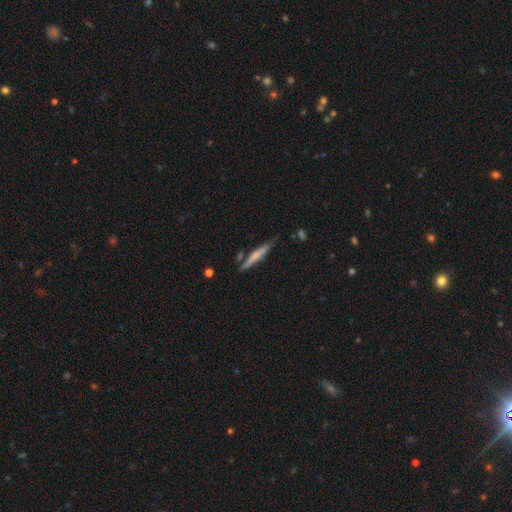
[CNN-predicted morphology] smooth_or_featured: smooth (p=0.51) [alt: featured or disk p=0.44]
how_rounded: cigar-shaped (p=0.93) [alt: in between p=0.05]
merging: none (p=0.76) [alt: minor disturbance p=0.16]